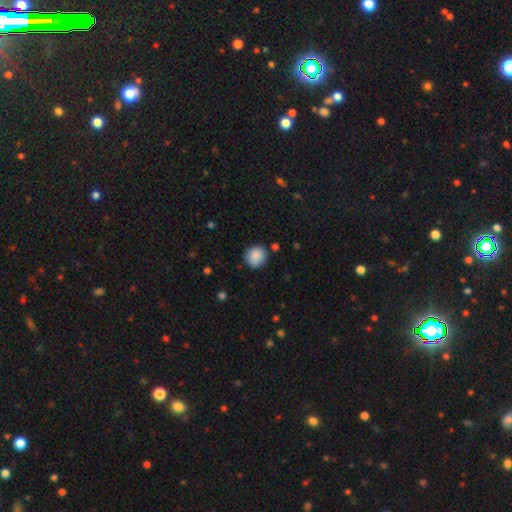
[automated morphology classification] Smooth or featured?
  - smooth: 88% *
  - star or artifact: 8%
  - featured or disk: 4%
How rounded?
  - round: 85% *
  - in between: 14%
  - cigar-shaped: 1%
Merging?
  - none: 82% *
  - minor disturbance: 12%
  - major disturbance: 3%
  - merger: 2%